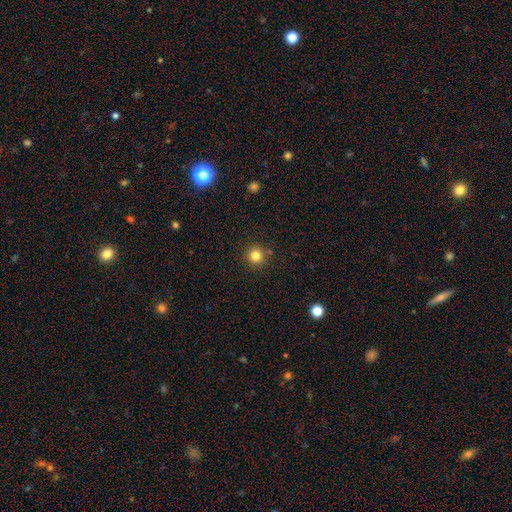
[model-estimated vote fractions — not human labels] Q: Smooth or featured?
A: smooth (82%); runner-up: star or artifact (13%)
Q: How rounded?
A: round (95%); runner-up: in between (4%)
Q: Merging?
A: none (87%); runner-up: minor disturbance (7%)